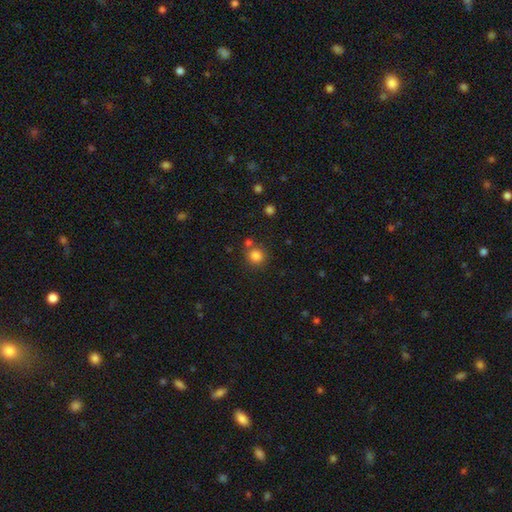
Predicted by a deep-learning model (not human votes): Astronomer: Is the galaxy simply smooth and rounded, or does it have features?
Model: smooth — 82%.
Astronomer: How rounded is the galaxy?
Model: round — 89%.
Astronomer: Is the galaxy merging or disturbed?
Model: none — 71%.